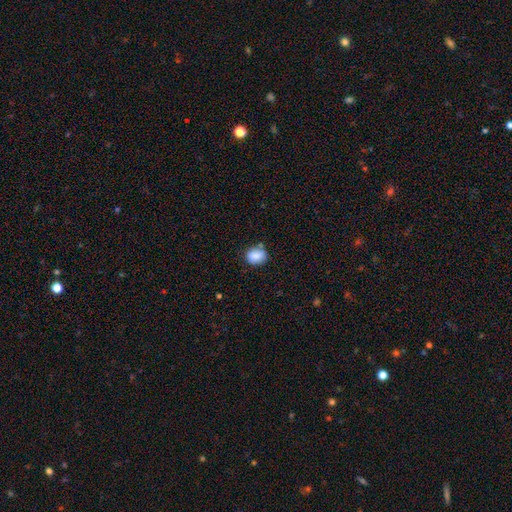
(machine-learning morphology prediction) smooth-or-featured: smooth: 84% | star or artifact: 8% | featured or disk: 7%
  how-rounded: round: 54% | in between: 45% | cigar-shaped: 1%
  merging: none: 70% | minor disturbance: 20% | merger: 6% | major disturbance: 4%